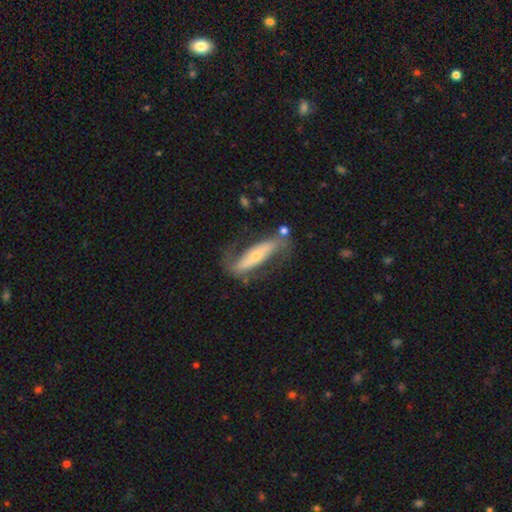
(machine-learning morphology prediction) This is likely a featured or disk galaxy (70%). It is likely not viewed edge-on (67%). Merging: likely none (61%).